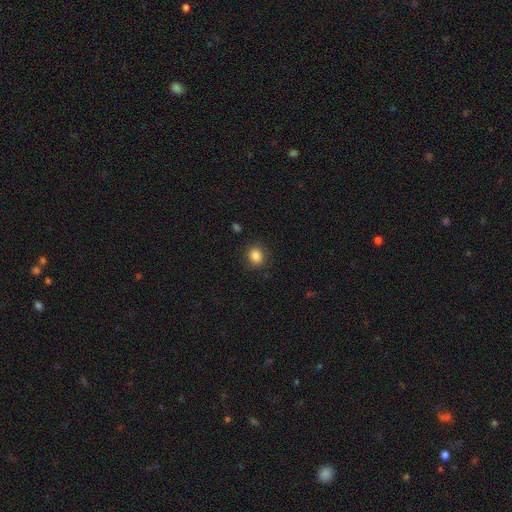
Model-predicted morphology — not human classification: Smooth or featured? Predicted: smooth (p=0.85). How rounded? Predicted: round (p=0.62). Merging? Predicted: none (p=0.87).